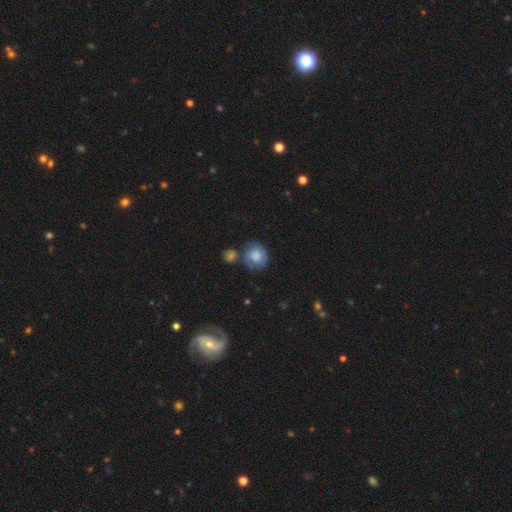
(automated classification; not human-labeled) smooth_or_featured: smooth (p=0.77) [alt: featured or disk p=0.16]
how_rounded: round (p=0.81) [alt: in between p=0.18]
merging: none (p=0.57) [alt: minor disturbance p=0.21]